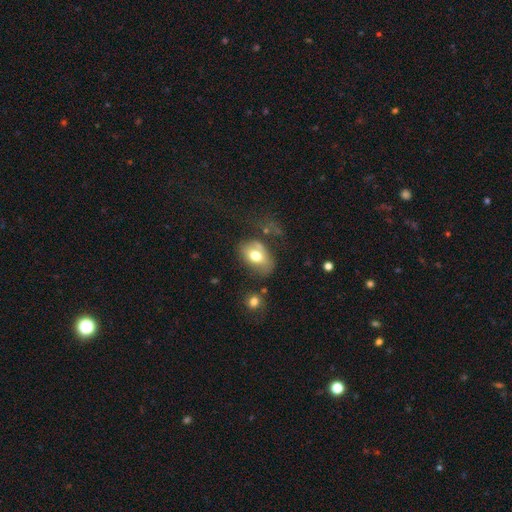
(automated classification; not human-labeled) Smooth or featured? smooth (67%)
How rounded? in between (81%)
Merging? none (39%)